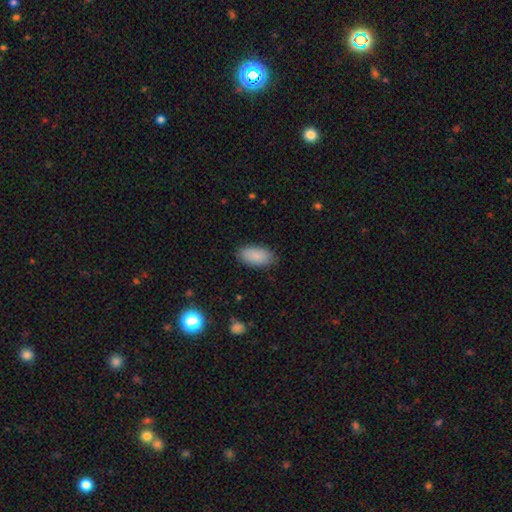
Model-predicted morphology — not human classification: Smooth or featured? smooth (88%)
How rounded? in between (94%)
Merging? none (86%)